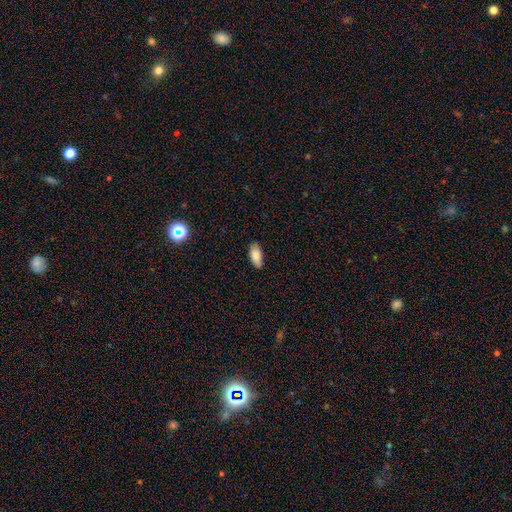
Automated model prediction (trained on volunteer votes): Smooth or featured? Predicted: smooth (p=0.86). How rounded? Predicted: in between (p=0.89). Merging? Predicted: none (p=0.79).